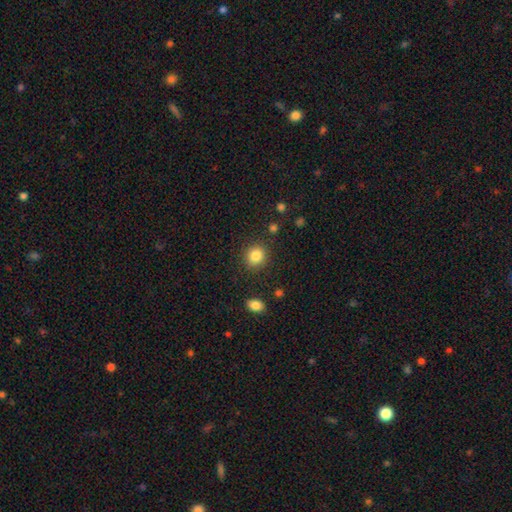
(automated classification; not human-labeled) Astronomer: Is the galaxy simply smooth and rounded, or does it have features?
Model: smooth — 85%.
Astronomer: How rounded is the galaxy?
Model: round — 84%.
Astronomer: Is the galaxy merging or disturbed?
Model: none — 87%.